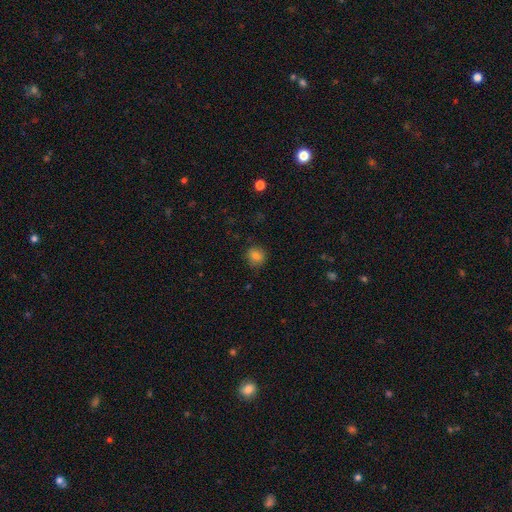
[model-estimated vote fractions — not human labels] Smooth or featured? smooth (82%)
How rounded? round (81%)
Merging? none (84%)